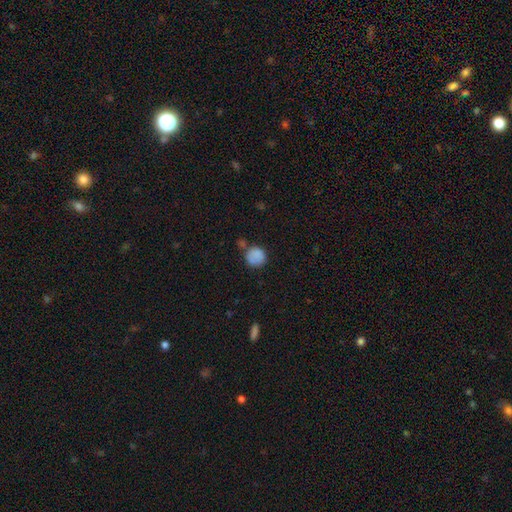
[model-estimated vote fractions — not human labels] Smooth or featured? smooth (84%)
How rounded? round (89%)
Merging? none (62%)